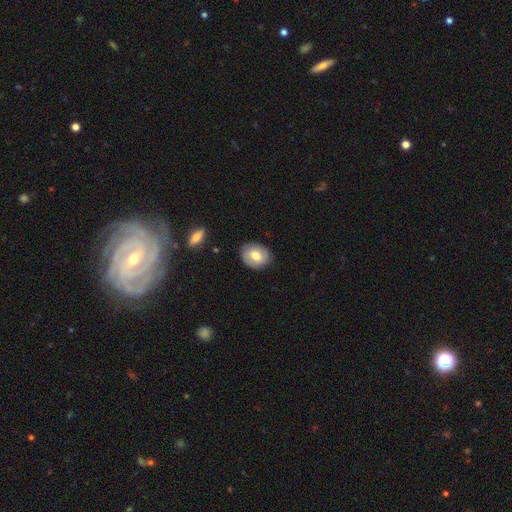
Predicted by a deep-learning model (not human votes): A smooth galaxy with no disk features (67%) that is in between round and cigar-shaped (54%). Merging: none (84%).